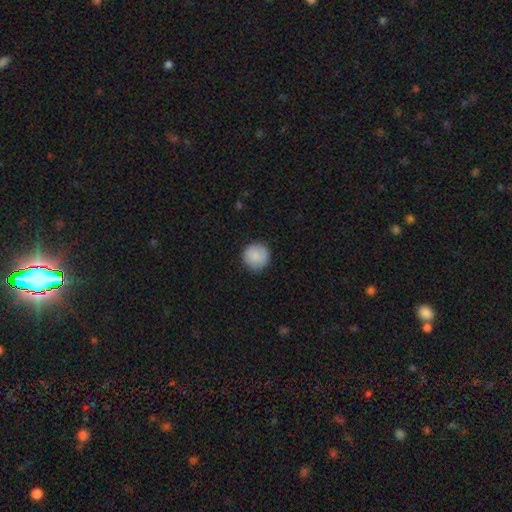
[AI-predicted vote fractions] Smooth or featured?
  - smooth: 85% *
  - featured or disk: 8%
  - star or artifact: 7%
How rounded?
  - round: 93% *
  - in between: 6%
  - cigar-shaped: 1%
Merging?
  - none: 84% *
  - minor disturbance: 12%
  - major disturbance: 3%
  - merger: 1%